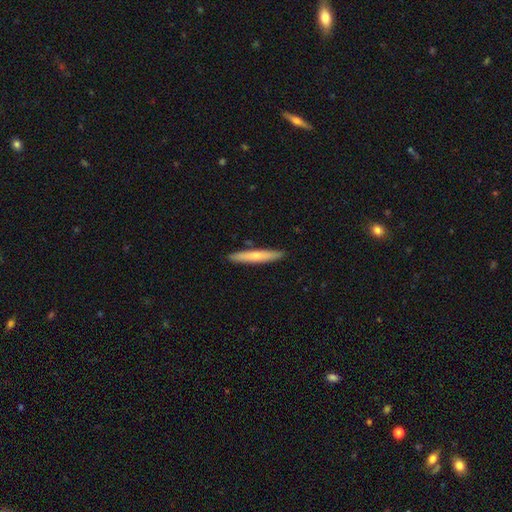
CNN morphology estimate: This appears to be a smooth galaxy with no disk features (64%) that is cigar-shaped (94%). Merging: none (89%).